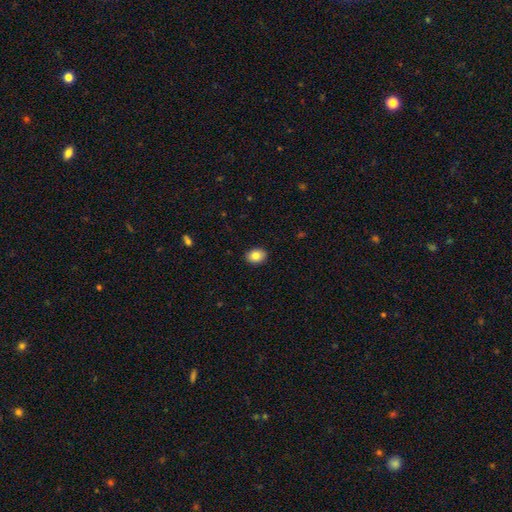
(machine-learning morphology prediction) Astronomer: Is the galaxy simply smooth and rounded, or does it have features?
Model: smooth — 84%.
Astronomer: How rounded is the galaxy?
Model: in between — 61% (runner-up: round, 38%).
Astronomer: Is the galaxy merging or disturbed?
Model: none — 91%.